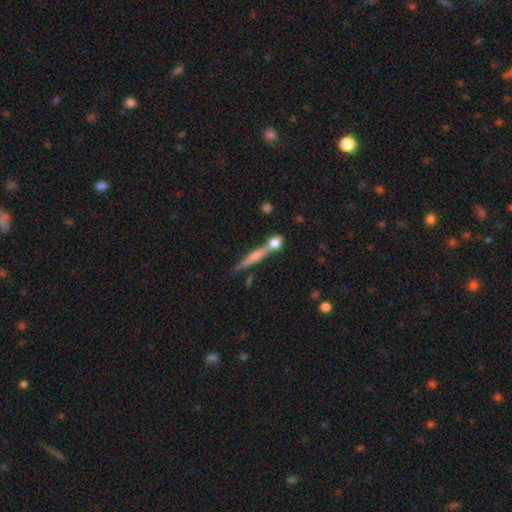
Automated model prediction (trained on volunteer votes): The model was most divided on "smooth or featured": featured or disk: 50%, smooth: 42%, star or artifact: 8%. More confident: merging — none (64%).